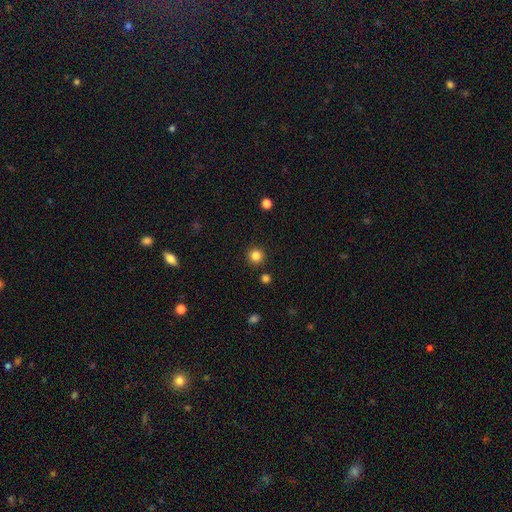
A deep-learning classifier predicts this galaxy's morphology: Smooth or featured? Predicted: smooth (p=0.84). How rounded? Predicted: round (p=0.95). Merging? Predicted: none (p=0.91).